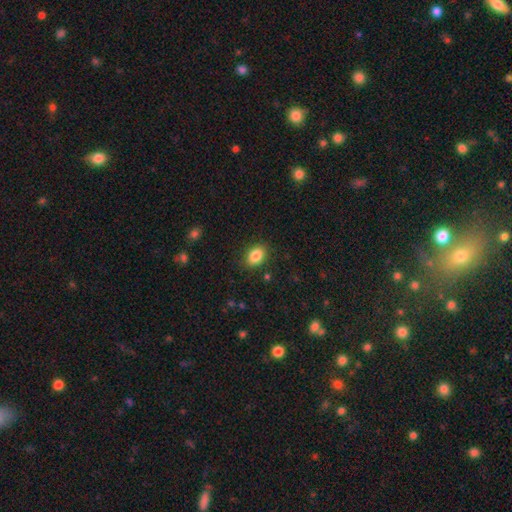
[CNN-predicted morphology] Q: Smooth or featured?
A: smooth (85%); runner-up: star or artifact (9%)
Q: How rounded?
A: in between (81%); runner-up: round (17%)
Q: Merging?
A: none (86%); runner-up: minor disturbance (10%)